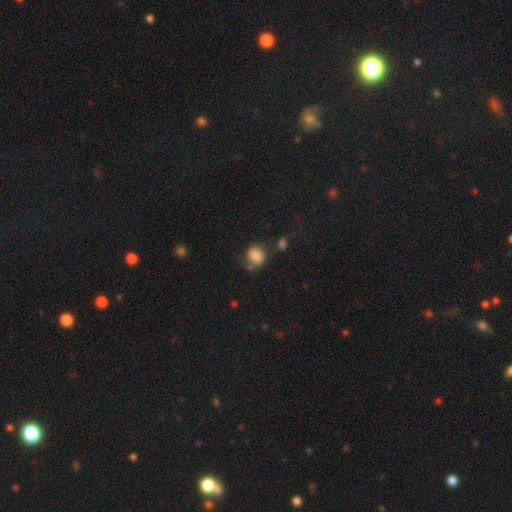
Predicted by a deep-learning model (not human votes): This appears to be a smooth galaxy with no disk features (82%) that is round (65%). Merging: none (52%).